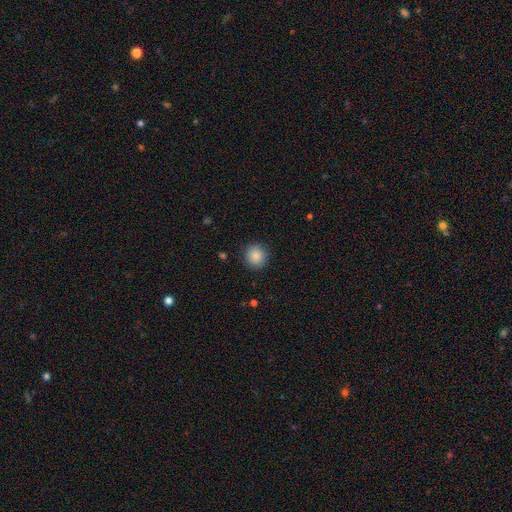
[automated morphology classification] Smooth or featured? Predicted: smooth (p=0.86). How rounded? Predicted: round (p=0.92). Merging? Predicted: none (p=0.90).